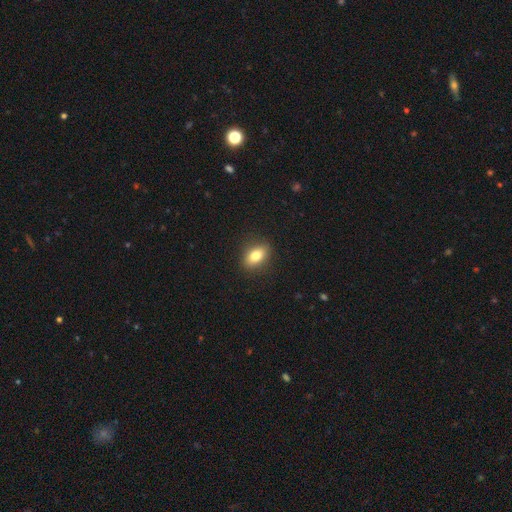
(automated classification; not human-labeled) The model was most divided on "how rounded": in between: 82%, round: 13%, cigar-shaped: 4%. More confident: merging — none (88%); smooth or featured — smooth (80%).